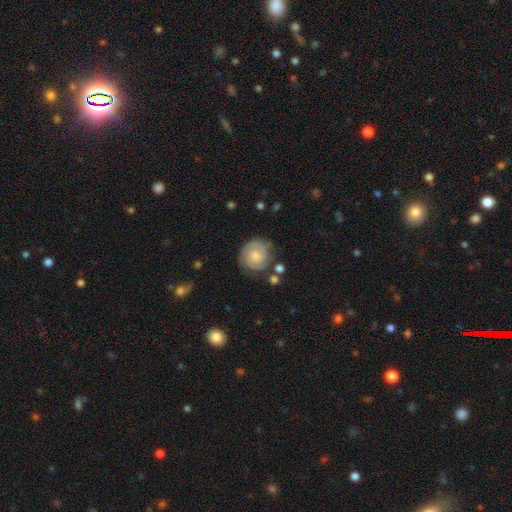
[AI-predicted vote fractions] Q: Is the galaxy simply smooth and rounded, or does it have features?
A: featured or disk — 69%.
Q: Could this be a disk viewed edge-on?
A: no — 98%.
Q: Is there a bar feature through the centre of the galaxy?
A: no — 69%.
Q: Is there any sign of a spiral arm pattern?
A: yes — 94%.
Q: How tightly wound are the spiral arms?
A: tight — 69%.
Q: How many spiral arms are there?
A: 2 — 67%.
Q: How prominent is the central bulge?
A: small — 46%.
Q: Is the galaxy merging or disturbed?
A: none — 74%.